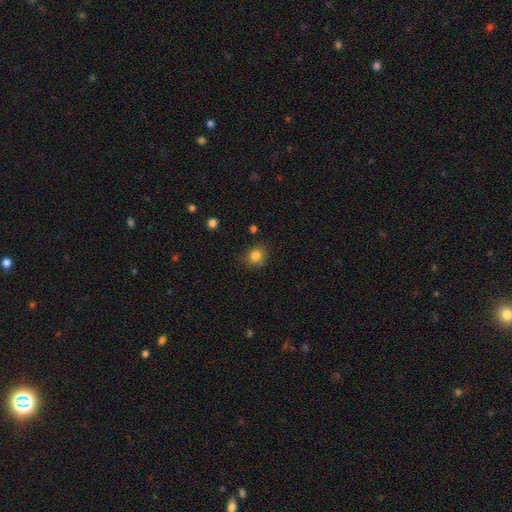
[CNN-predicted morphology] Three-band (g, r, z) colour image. It shows a smooth galaxy with no disk features (82%) that is round (77%). Merging: none (76%).